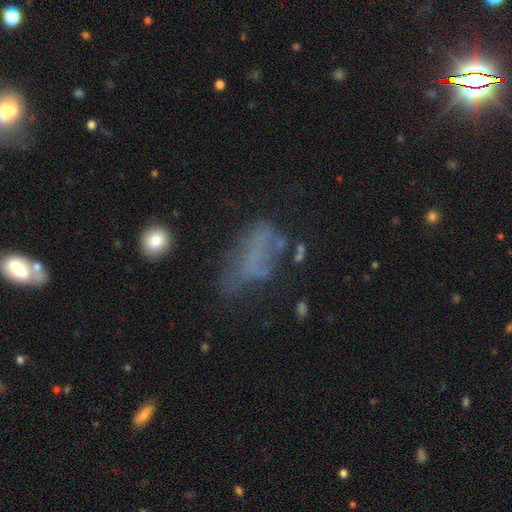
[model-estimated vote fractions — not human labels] Smooth or featured?
  - smooth: 39% *
  - featured or disk: 35%
  - star or artifact: 26%
Merging?
  - none: 37% *
  - major disturbance: 31%
  - minor disturbance: 25%
  - merger: 7%